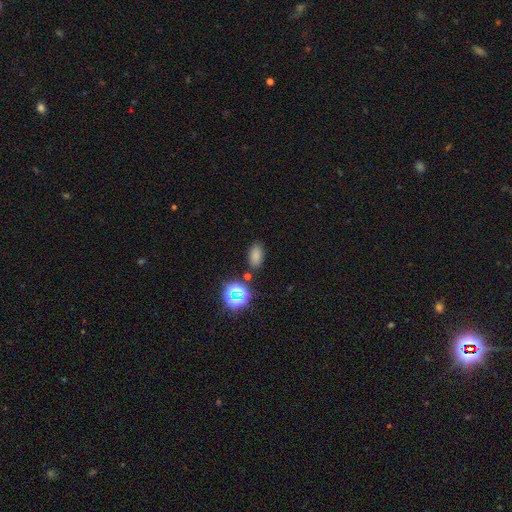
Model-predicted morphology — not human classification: A smooth galaxy with no disk features (74%) that is in between round and cigar-shaped (88%).

Vote fractions:
- Smooth or featured? smooth: 74% / star or artifact: 19% / featured or disk: 6%
- How rounded? in between: 88% / round: 10% / cigar-shaped: 2%
- Merging? none: 81% / minor disturbance: 11% / merger: 5% / major disturbance: 3%